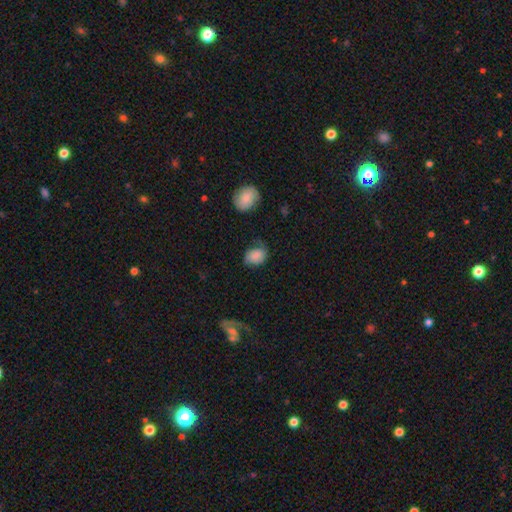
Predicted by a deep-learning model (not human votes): This is likely a smooth galaxy (74%). How rounded: likely in between (67%). Merging: possibly none (53%).